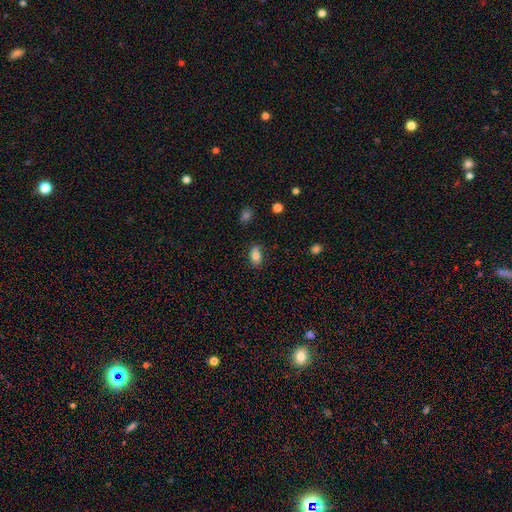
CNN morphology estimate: This is clearly a smooth galaxy (80%). How rounded: clearly in between (86%). Merging: clearly none (81%).